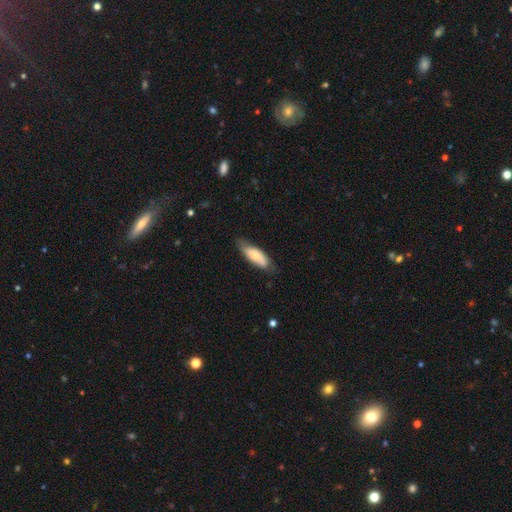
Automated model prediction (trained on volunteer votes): smooth_or_featured: smooth (p=0.65) [alt: featured or disk p=0.29]
how_rounded: in between (p=0.68) [alt: cigar-shaped p=0.30]
merging: none (p=0.71) [alt: minor disturbance p=0.23]